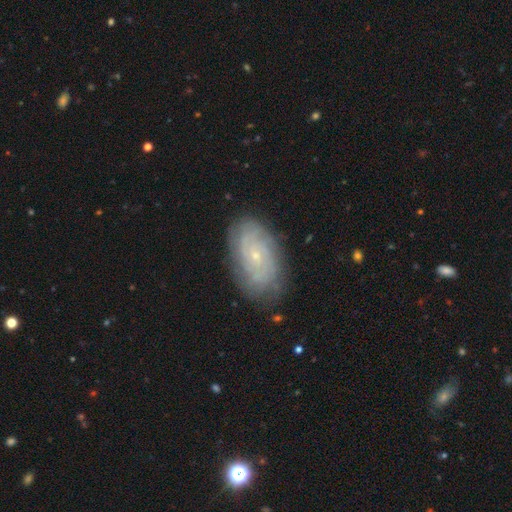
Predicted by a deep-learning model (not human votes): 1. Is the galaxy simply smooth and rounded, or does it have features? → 72% featured or disk, 21% smooth, 8% star or artifact.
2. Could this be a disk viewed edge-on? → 95% no, 5% yes.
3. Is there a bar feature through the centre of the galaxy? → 81% no, 16% weak, 3% strong.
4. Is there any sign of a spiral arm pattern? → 88% yes, 12% no.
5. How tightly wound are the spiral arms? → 72% tight, 22% medium, 6% loose.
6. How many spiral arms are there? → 51% can't tell, 17% 2, 11% 3, 10% 4, 6% more than 4, 5% 1.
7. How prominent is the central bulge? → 84% small, 12% moderate, 2% none, 1% large, 1% dominant.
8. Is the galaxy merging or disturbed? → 79% none, 16% minor disturbance, 4% major disturbance, 1% merger.